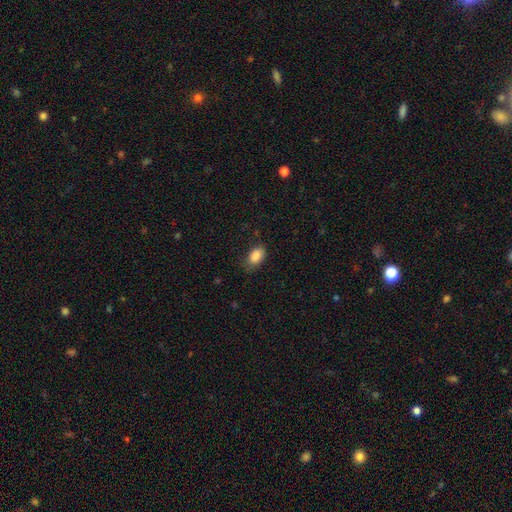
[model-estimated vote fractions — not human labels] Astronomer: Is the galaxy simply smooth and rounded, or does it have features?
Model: smooth — 87%.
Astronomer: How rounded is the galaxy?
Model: in between — 90%.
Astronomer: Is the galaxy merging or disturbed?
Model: none — 71%.